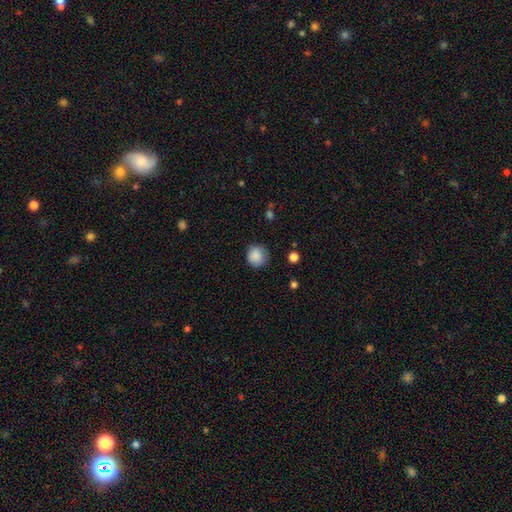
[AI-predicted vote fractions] smooth_or_featured: smooth (p=0.88) [alt: star or artifact p=0.09]
how_rounded: round (p=0.91) [alt: in between p=0.08]
merging: none (p=0.83) [alt: minor disturbance p=0.13]